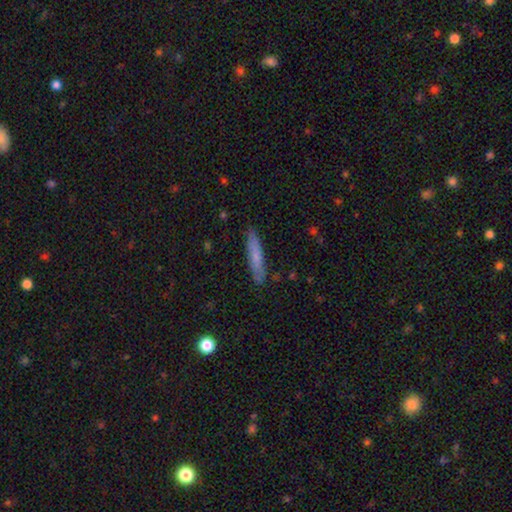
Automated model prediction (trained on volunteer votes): smooth 71%, featured or disk 22%, star or artifact 6%. Down the decision tree: how rounded — cigar-shaped (91%); merging — none (87%).